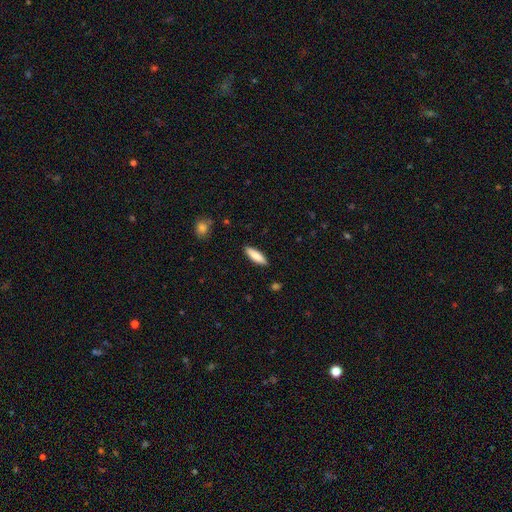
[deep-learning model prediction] The model was most divided on "how rounded": cigar-shaped: 53%, in between: 45%, round: 2%. More confident: merging — none (89%); smooth or featured — smooth (83%).